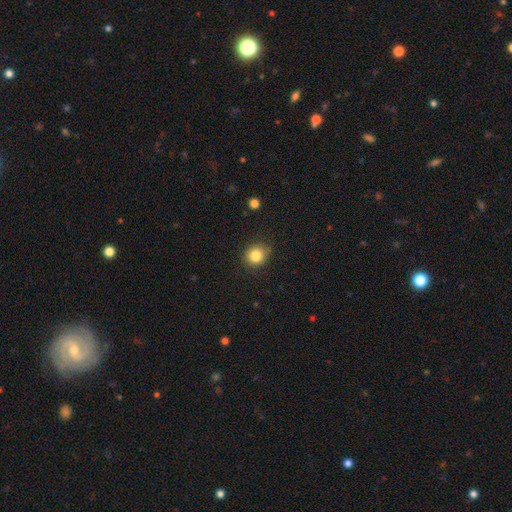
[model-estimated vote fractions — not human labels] A smooth galaxy with no disk features (85%) that is round (83%).

Vote fractions:
- Smooth or featured? smooth: 85% / star or artifact: 11% / featured or disk: 5%
- How rounded? round: 83% / in between: 16% / cigar-shaped: 1%
- Merging? none: 85% / minor disturbance: 11% / major disturbance: 3% / merger: 1%